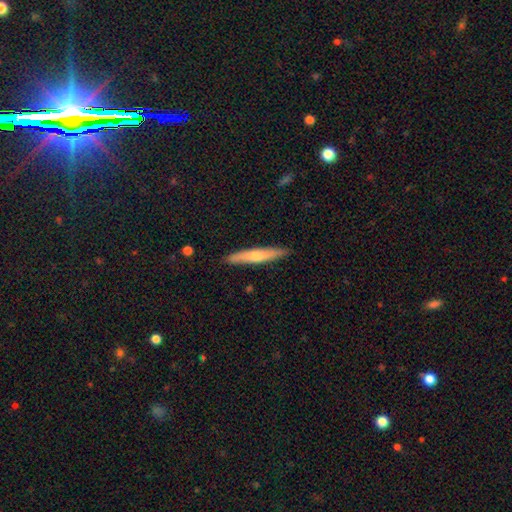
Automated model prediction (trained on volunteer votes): This appears to be a smooth galaxy with no disk features (53%) that is cigar-shaped (92%). Merging: none (88%).